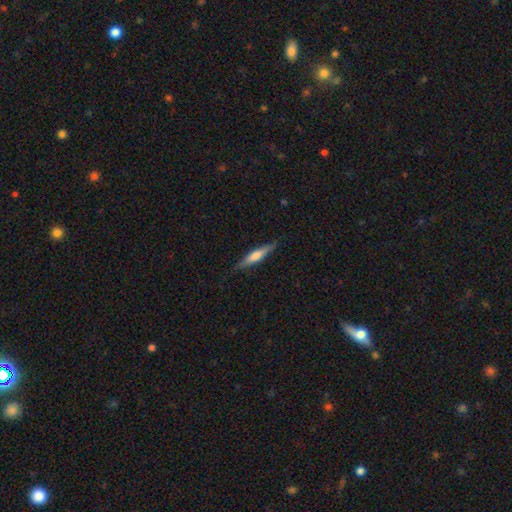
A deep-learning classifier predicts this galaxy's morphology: smooth 48%, featured or disk 46%, star or artifact 6%. Down the decision tree: merging — none (86%).